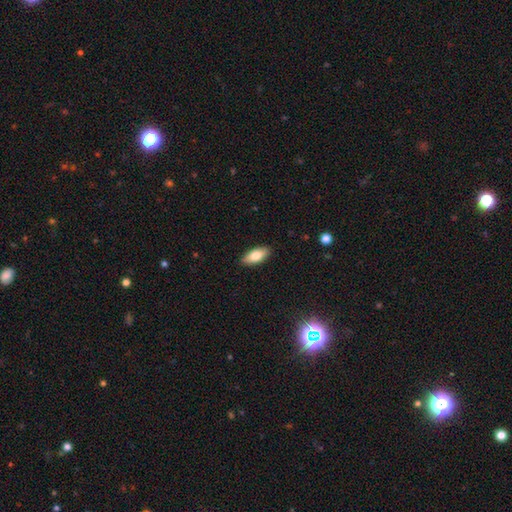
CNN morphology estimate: A smooth galaxy with no disk features (79%) that is in between round and cigar-shaped (85%). Merging: none (89%).